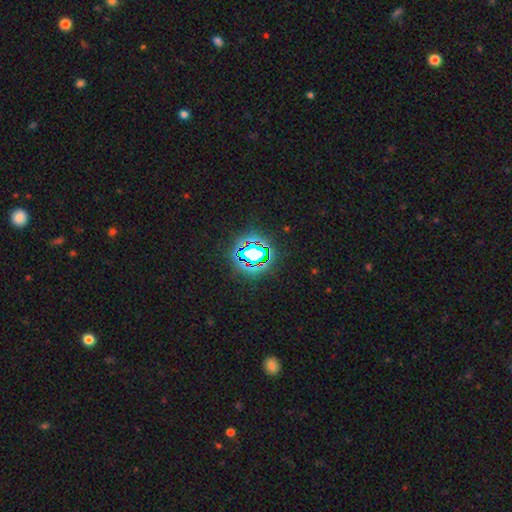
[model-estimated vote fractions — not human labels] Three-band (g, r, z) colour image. It shows a star or artifact, not a galaxy (72%).